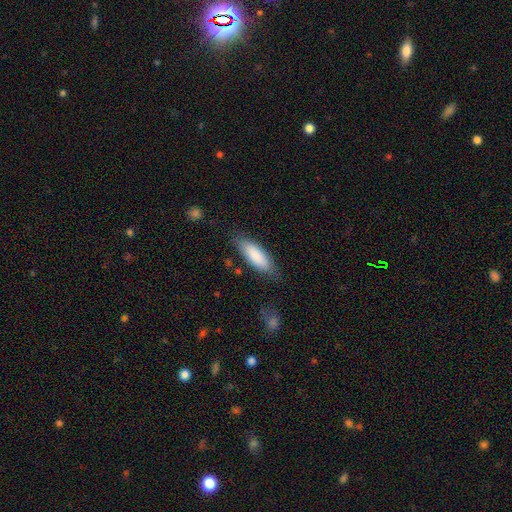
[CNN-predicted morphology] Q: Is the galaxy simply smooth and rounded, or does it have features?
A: smooth — 86%.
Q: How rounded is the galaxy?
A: in between — 60%.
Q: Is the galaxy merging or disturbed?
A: none — 77%.